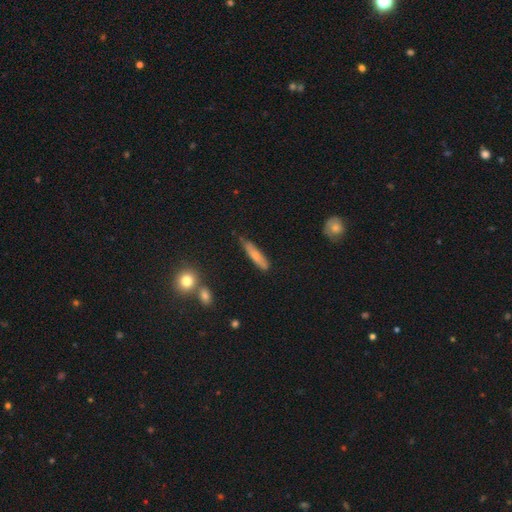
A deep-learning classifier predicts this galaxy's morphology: Smooth or featured: smooth — 70% (featured or disk — 24%)
How rounded: cigar-shaped — 85% (in between — 13%)
Merging: none — 73% (minor disturbance — 20%)